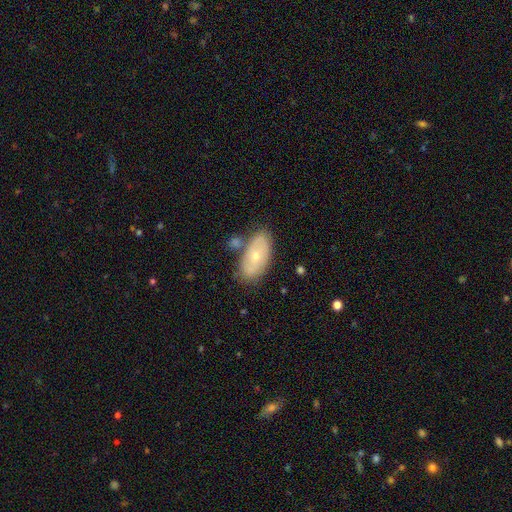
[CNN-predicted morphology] Overall: featured or disk (48%; smooth 46%). Merging: none (70%).